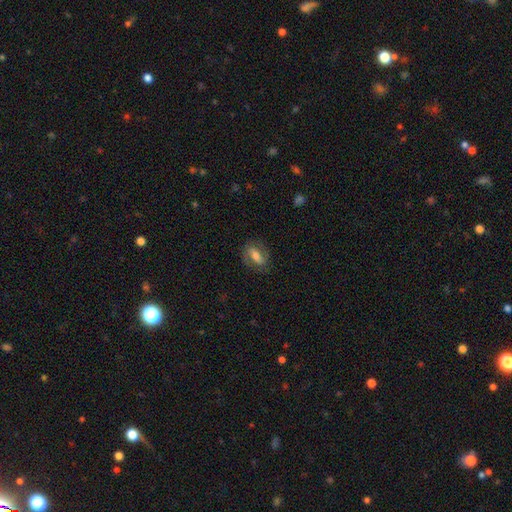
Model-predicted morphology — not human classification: Overall: featured or disk (57%; smooth 36%). Edge-on disk: no (94%). Bar: strong (41%; weak 36%). Spiral arms: yes (84%). Bulge size: moderate (50%; small 27%). Merging: none (75%).